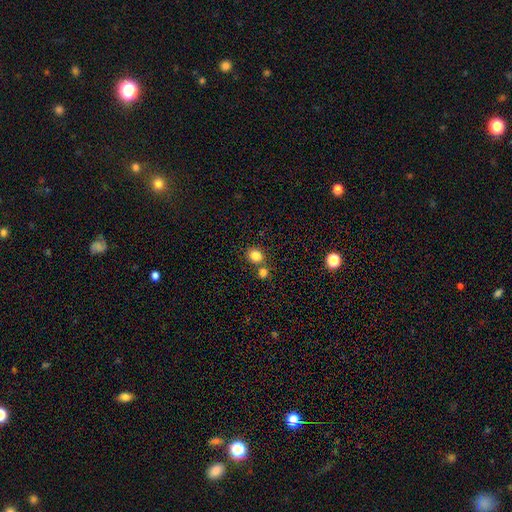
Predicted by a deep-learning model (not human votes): Morphology: type=smooth (83%); roundness=round (70%); merging=none (65%).